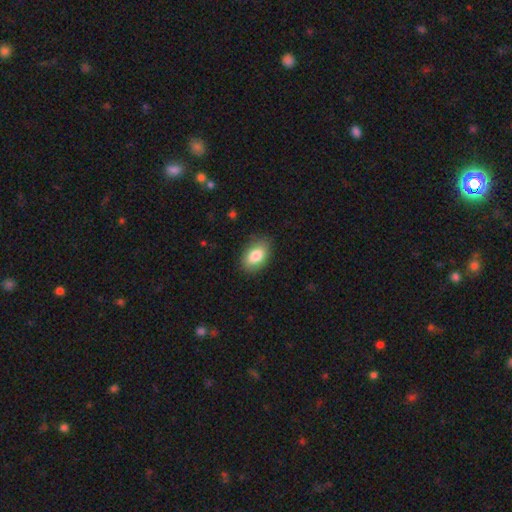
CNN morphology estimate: smooth 83%, featured or disk 10%, star or artifact 7%. Down the decision tree: how rounded — in between (91%); merging — none (83%).